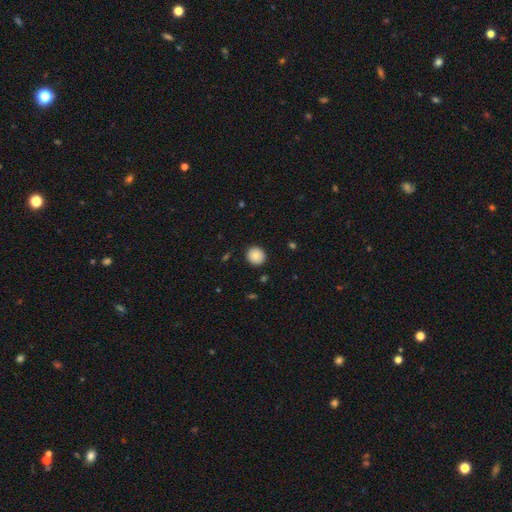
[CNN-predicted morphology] A smooth galaxy with no disk features (81%) that is round (91%). Merging: none (91%).